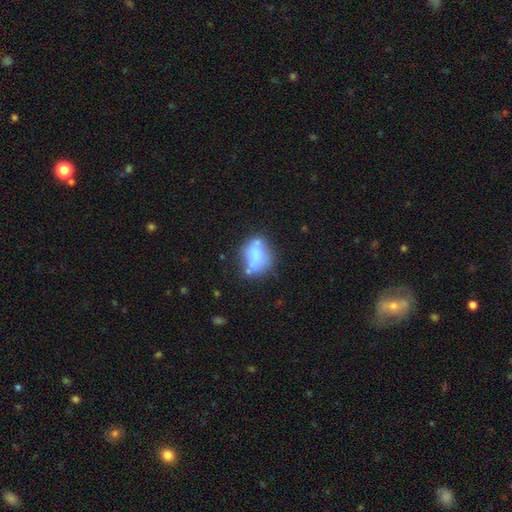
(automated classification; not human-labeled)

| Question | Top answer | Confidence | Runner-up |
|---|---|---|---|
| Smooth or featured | smooth | 63% | featured or disk (28%) |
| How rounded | in between | 67% | round (31%) |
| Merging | none | 40% | merger (24%) |